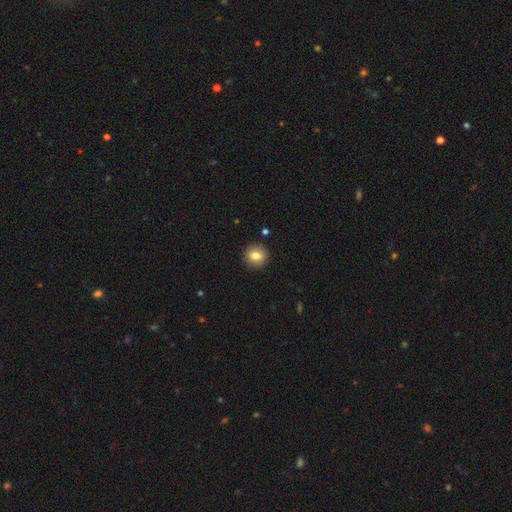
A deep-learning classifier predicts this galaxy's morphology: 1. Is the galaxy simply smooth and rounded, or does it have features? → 81% smooth, 10% featured or disk, 9% star or artifact.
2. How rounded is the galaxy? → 88% round, 11% in between, 1% cigar-shaped.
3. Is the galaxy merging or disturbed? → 90% none, 7% minor disturbance, 2% major disturbance, 1% merger.